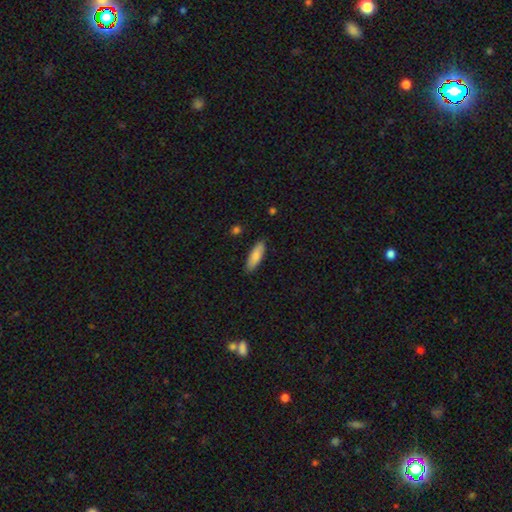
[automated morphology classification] Overall: smooth (80%). How rounded: in between (57%; cigar-shaped 41%). Merging: none (88%).